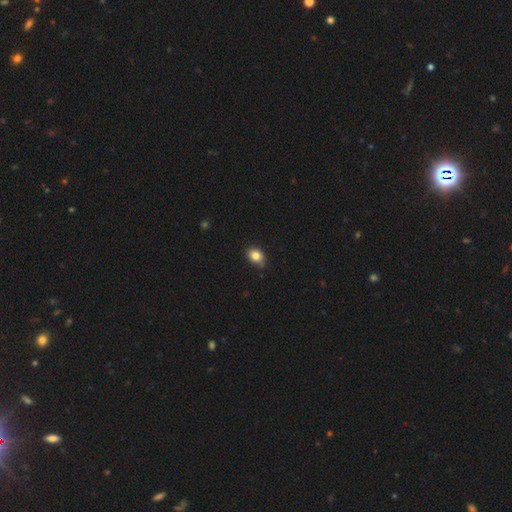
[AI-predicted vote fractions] This is clearly a smooth galaxy (83%). How rounded: likely in between (66%). Merging: likely none (74%).